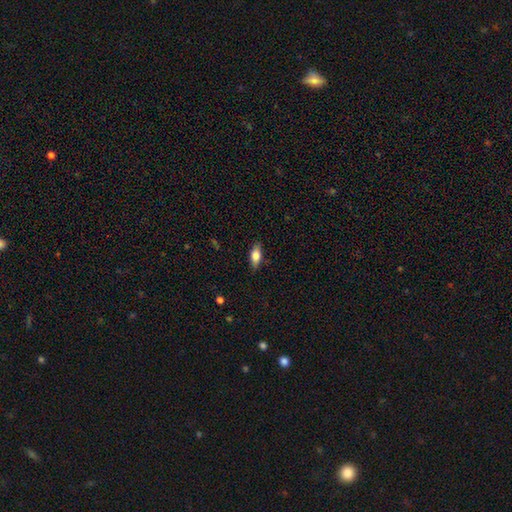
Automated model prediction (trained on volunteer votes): The model was most divided on "smooth or featured": smooth: 74%, featured or disk: 18%, star or artifact: 7%. More confident: merging — none (84%); how rounded — in between (81%).